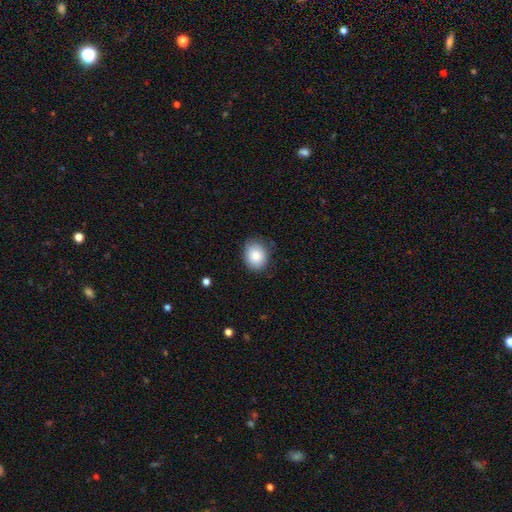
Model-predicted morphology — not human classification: A smooth galaxy with no disk features (84%) that is round (52%). Merging: none (82%).